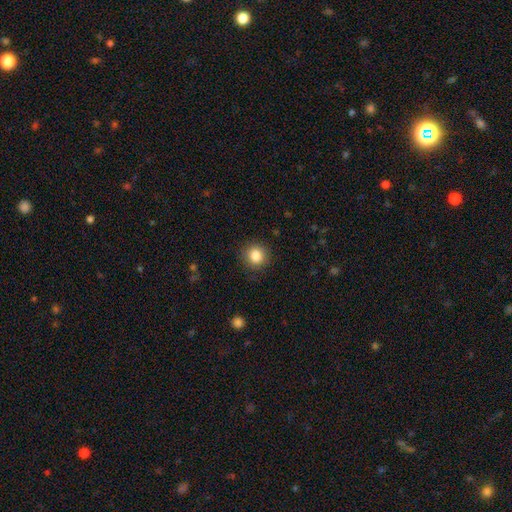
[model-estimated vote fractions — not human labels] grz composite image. It shows a smooth galaxy with no disk features (85%) that is round (91%). Merging: none (89%).